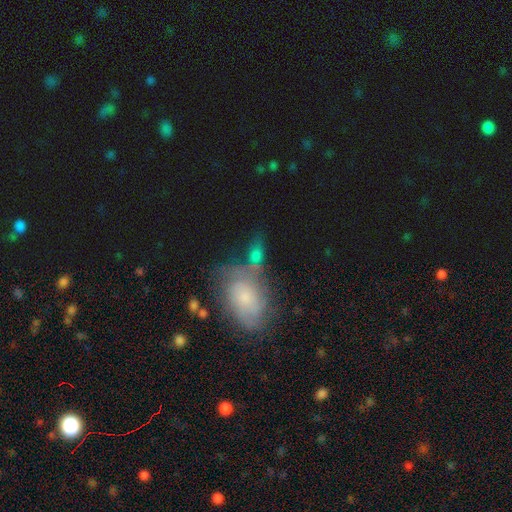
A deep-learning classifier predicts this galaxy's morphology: This is possibly a smooth galaxy (53%). How rounded: likely in between (73%). Merging: marginally none (42%).